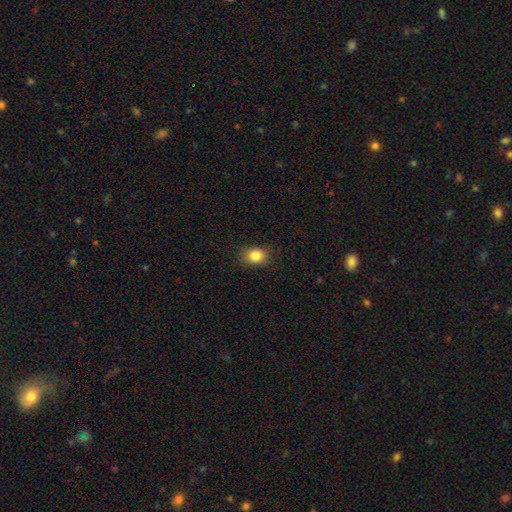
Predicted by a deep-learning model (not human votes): Smooth or featured: smooth — 84% (star or artifact — 10%)
How rounded: in between — 52% (round — 47%)
Merging: none — 86% (minor disturbance — 11%)